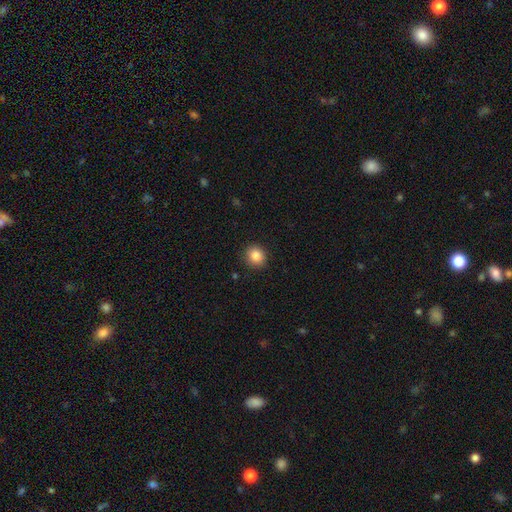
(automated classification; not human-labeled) The model was most divided on "how rounded": round: 80%, in between: 19%, cigar-shaped: 1%. More confident: merging — none (89%); smooth or featured — smooth (86%).